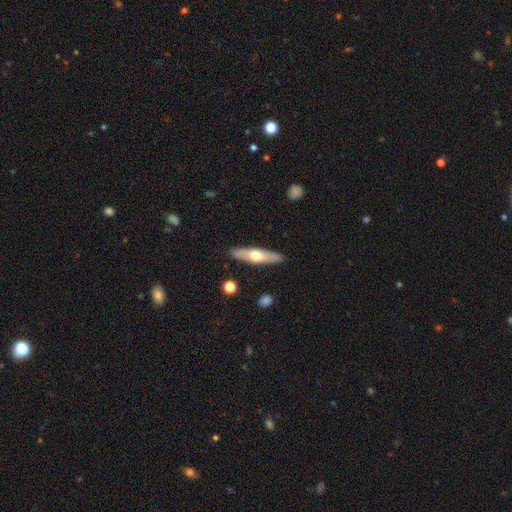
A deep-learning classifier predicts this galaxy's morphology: Smooth or featured? smooth (48%)
Merging? none (90%)